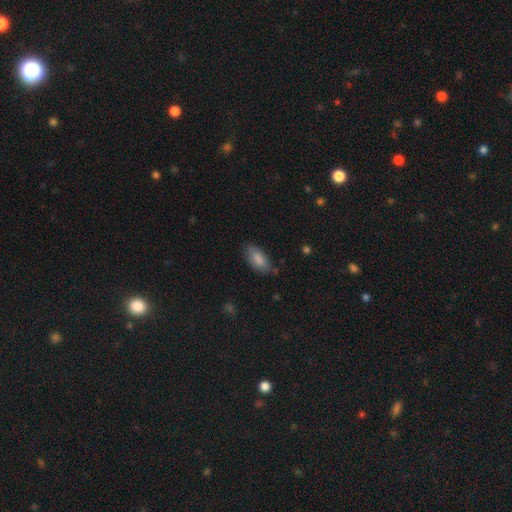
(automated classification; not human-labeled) This is likely a smooth galaxy (77%). How rounded: clearly in between (87%). Merging: likely none (74%).